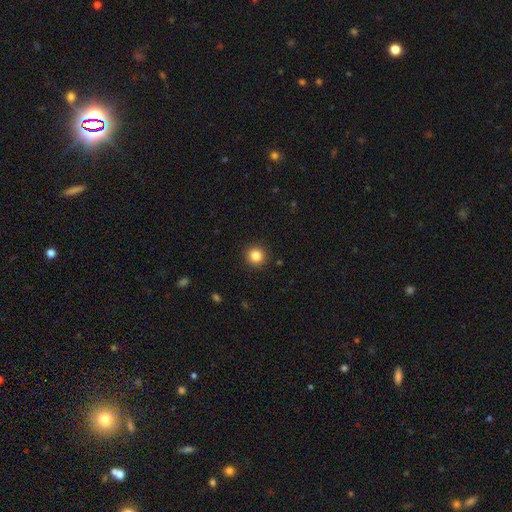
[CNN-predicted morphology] Smooth or featured?
  - smooth: 85% *
  - star or artifact: 10%
  - featured or disk: 5%
How rounded?
  - round: 95% *
  - in between: 4%
  - cigar-shaped: 1%
Merging?
  - none: 92% *
  - minor disturbance: 5%
  - major disturbance: 2%
  - merger: 1%